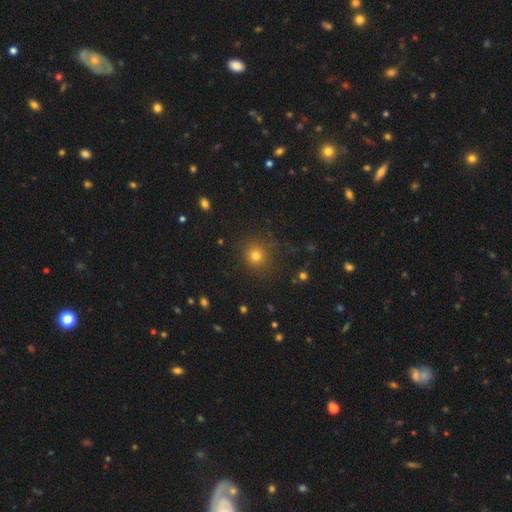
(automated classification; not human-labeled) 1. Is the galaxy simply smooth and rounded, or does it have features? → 76% smooth, 17% star or artifact, 7% featured or disk.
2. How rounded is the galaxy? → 92% round, 7% in between, 1% cigar-shaped.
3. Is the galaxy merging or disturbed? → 84% none, 9% minor disturbance, 4% major disturbance, 2% merger.